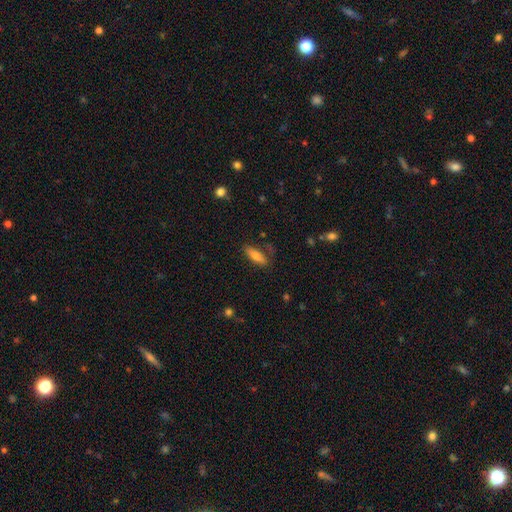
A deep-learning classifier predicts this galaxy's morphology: A smooth galaxy with no disk features (74%) that is in between round and cigar-shaped (54%). Merging: none (76%).